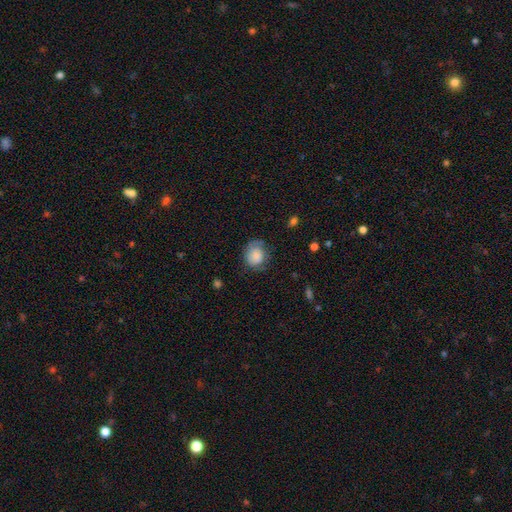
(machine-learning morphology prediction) Smooth or featured?
  - smooth: 77% *
  - featured or disk: 15%
  - star or artifact: 8%
How rounded?
  - round: 66% *
  - in between: 33%
  - cigar-shaped: 1%
Merging?
  - none: 56% *
  - minor disturbance: 29%
  - major disturbance: 13%
  - merger: 2%